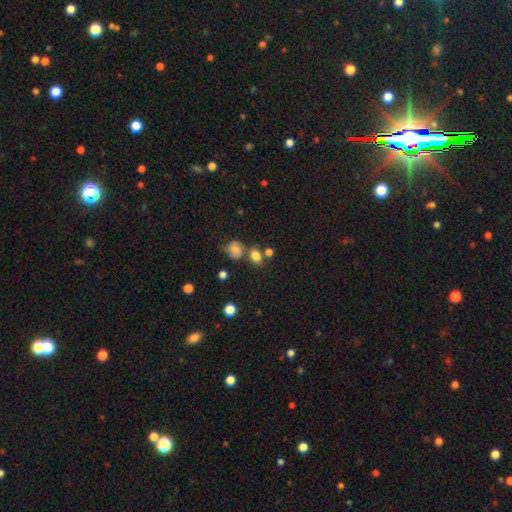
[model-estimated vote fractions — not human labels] This is likely a smooth galaxy (79%). How rounded: possibly in between (52%). Merging: possibly none (57%).